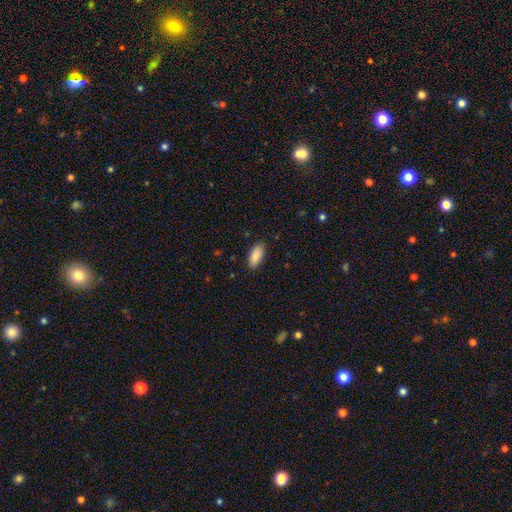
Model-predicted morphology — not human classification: Q: Smooth or featured?
A: smooth (89%); runner-up: star or artifact (6%)
Q: How rounded?
A: in between (86%); runner-up: cigar-shaped (12%)
Q: Merging?
A: none (87%); runner-up: minor disturbance (10%)